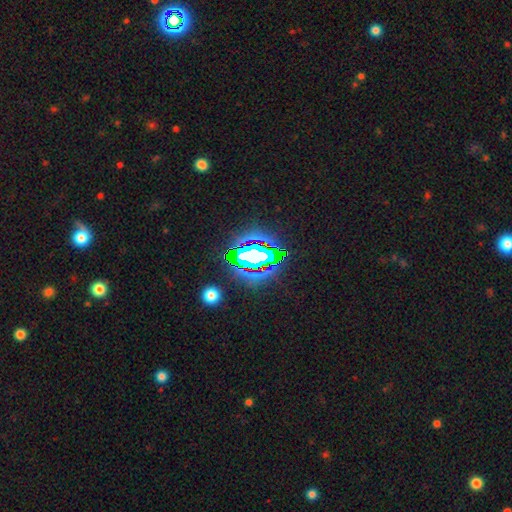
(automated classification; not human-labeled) This appears to be a star or artifact, not a galaxy (65%).